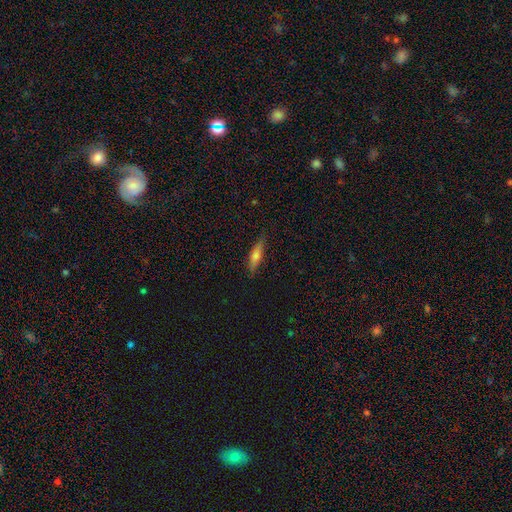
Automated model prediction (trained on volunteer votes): This appears to be a smooth galaxy with no disk features (59%) that is cigar-shaped (74%). Merging: none (84%).